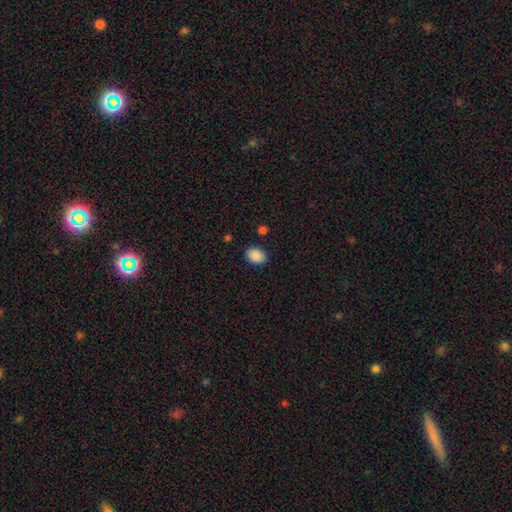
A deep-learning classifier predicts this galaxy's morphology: Q: Smooth or featured?
A: smooth (89%); runner-up: star or artifact (8%)
Q: How rounded?
A: in between (75%); runner-up: round (24%)
Q: Merging?
A: none (87%); runner-up: minor disturbance (9%)